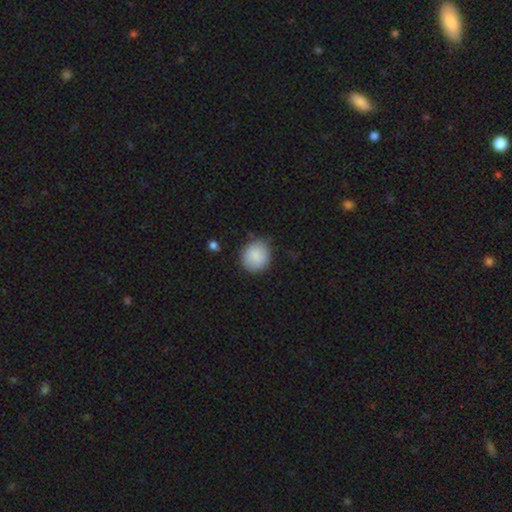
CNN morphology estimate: Smooth or featured: smooth — 88% (star or artifact — 7%)
How rounded: round — 86% (in between — 13%)
Merging: none — 81% (minor disturbance — 14%)